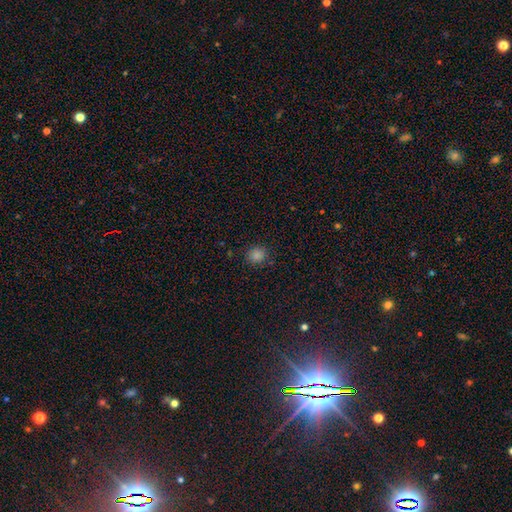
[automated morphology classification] type=smooth (78%); roundness=round (86%); merging=none (88%).